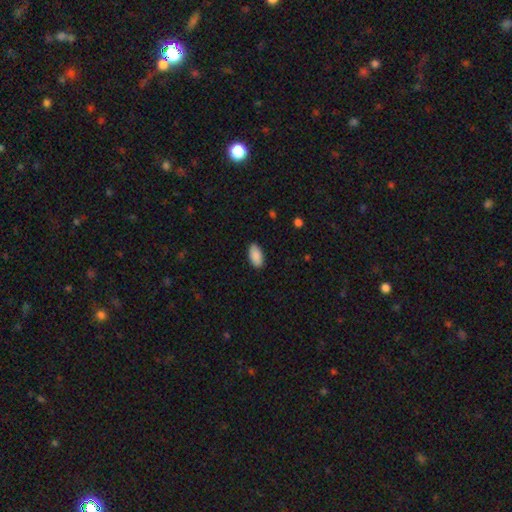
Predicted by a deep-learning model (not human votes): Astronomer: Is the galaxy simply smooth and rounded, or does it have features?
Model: smooth — 90%.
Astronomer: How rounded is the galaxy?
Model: in between — 94%.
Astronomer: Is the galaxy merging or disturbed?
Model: none — 88%.